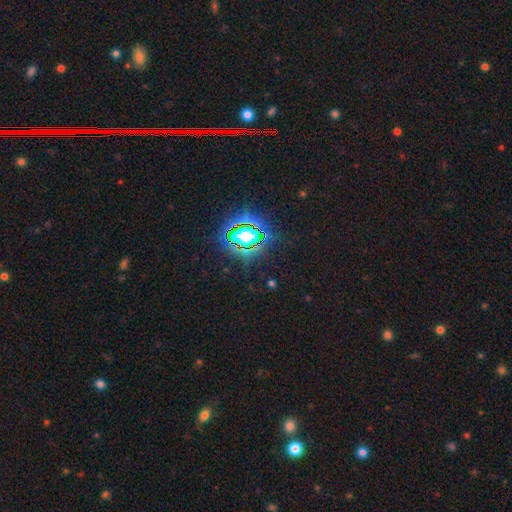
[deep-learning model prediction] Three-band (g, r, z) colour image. It shows a star or artifact, not a galaxy (82%).